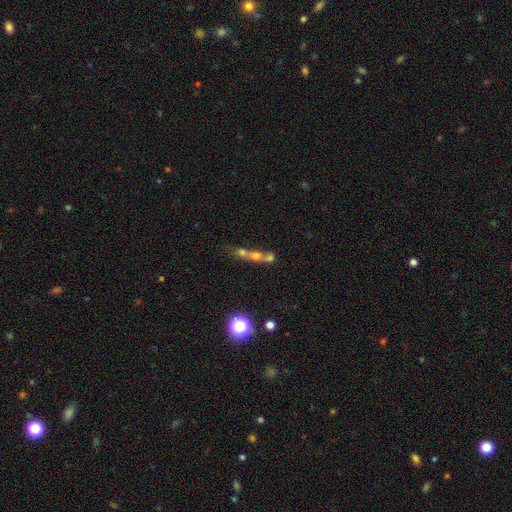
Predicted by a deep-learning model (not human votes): A smooth galaxy with no disk features (45%).

Vote fractions:
- Smooth or featured? smooth: 45% / featured or disk: 32% / star or artifact: 22%
- Merging? merger: 60% / none: 26% / major disturbance: 7% / minor disturbance: 7%